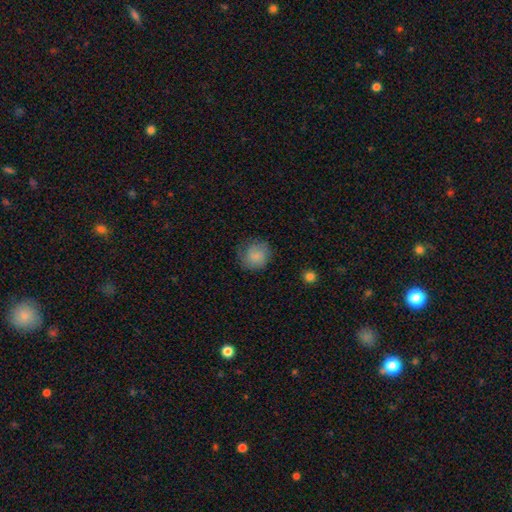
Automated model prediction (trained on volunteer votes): A smooth galaxy with no disk features (83%) that is round (87%).

Vote fractions:
- Smooth or featured? smooth: 83% / featured or disk: 9% / star or artifact: 8%
- How rounded? round: 87% / in between: 12% / cigar-shaped: 1%
- Merging? none: 71% / minor disturbance: 20% / major disturbance: 8% / merger: 1%